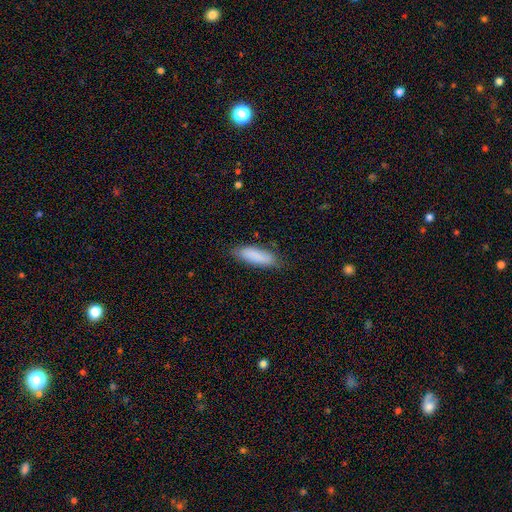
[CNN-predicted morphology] This appears to be a smooth galaxy with no disk features (86%) that is in between round and cigar-shaped (54%). Merging: none (79%).